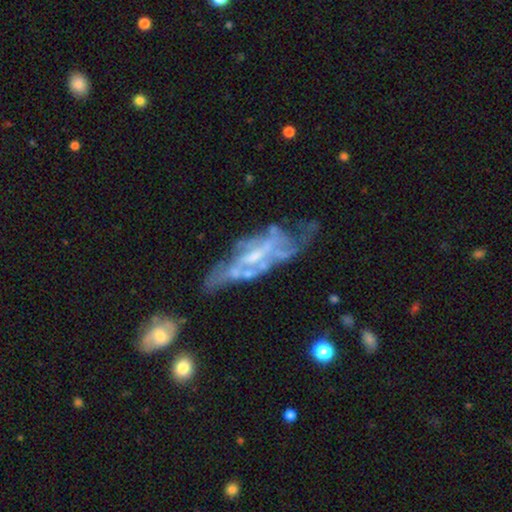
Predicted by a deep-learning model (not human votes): smooth_or_featured: featured or disk (p=0.77) [alt: smooth p=0.15]
disk_edge_on: no (p=0.83) [alt: yes p=0.17]
bar: no (p=0.42) [alt: weak p=0.36]
has_spiral_arms: yes (p=0.53) [alt: no p=0.47]
bulge_size: small (p=0.39) [alt: moderate p=0.32]
merging: none (p=0.35) [alt: major disturbance p=0.30]